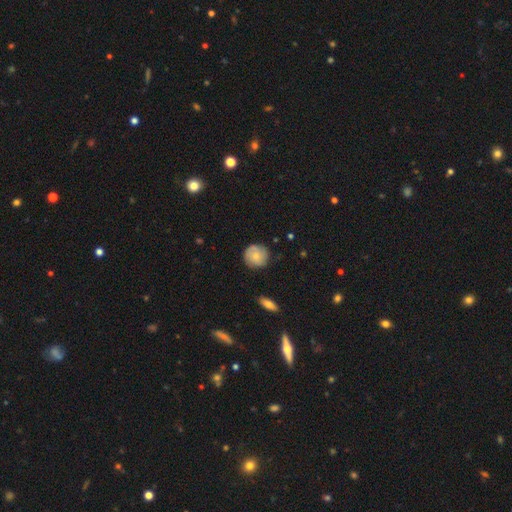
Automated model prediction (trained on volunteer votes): A smooth galaxy with no disk features (68%) that is round (90%). Merging: none (78%).